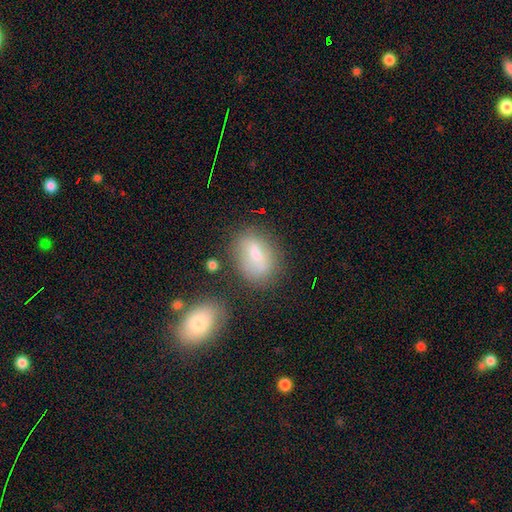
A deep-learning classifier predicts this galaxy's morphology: Smooth or featured: smooth — 68% (featured or disk — 23%)
How rounded: in between — 76% (round — 20%)
Merging: none — 64% (minor disturbance — 20%)